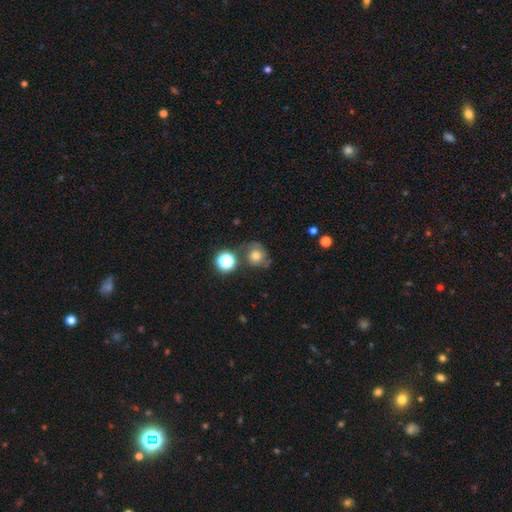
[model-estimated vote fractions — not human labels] smooth 63%, featured or disk 22%, star or artifact 15%. Down the decision tree: how rounded — round (78%); merging — none (55%).